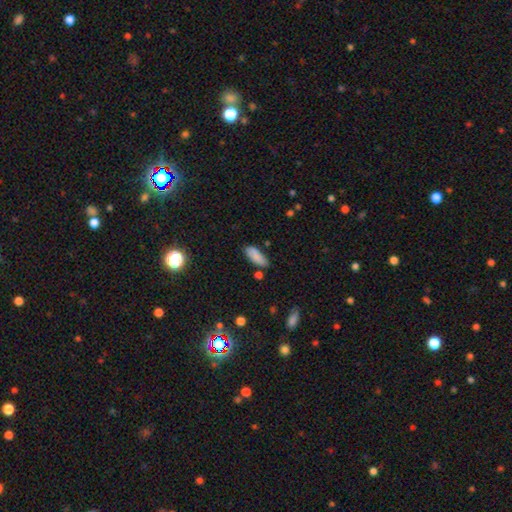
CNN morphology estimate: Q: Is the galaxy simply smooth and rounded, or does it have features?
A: smooth — 84%.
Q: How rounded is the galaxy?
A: in between — 74%.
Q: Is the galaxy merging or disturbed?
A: none — 71%.